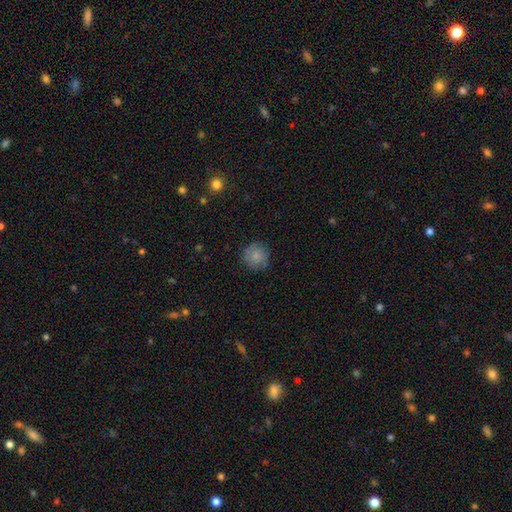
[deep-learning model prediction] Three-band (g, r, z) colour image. It shows a smooth galaxy with no disk features (79%) that is round (93%). Merging: none (81%).